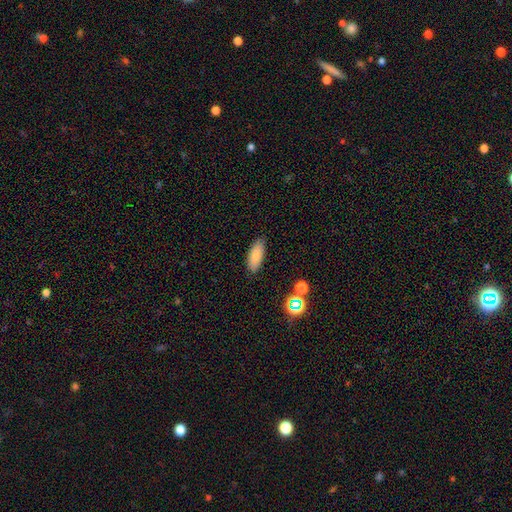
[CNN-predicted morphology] A smooth galaxy with no disk features (84%) that is in between round and cigar-shaped (74%).

Vote fractions:
- Smooth or featured? smooth: 84% / star or artifact: 9% / featured or disk: 8%
- How rounded? in between: 74% / cigar-shaped: 24% / round: 2%
- Merging? none: 87% / minor disturbance: 10% / major disturbance: 2% / merger: 2%